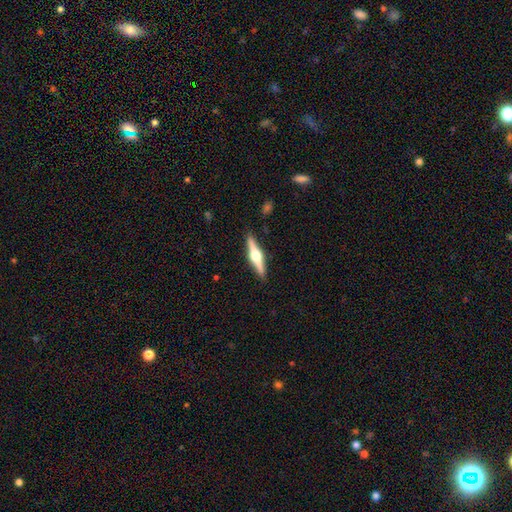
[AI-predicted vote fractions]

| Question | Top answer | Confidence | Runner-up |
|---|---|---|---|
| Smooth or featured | featured or disk | 75% | smooth (20%) |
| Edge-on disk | yes | 98% | no (2%) |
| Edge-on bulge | rounded | 95% | boxy (3%) |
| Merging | none | 91% | minor disturbance (7%) |